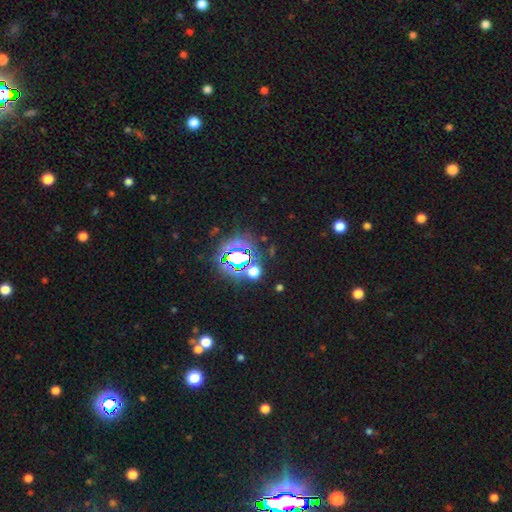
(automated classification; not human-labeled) Smooth or featured? Predicted: star or artifact (p=0.79).